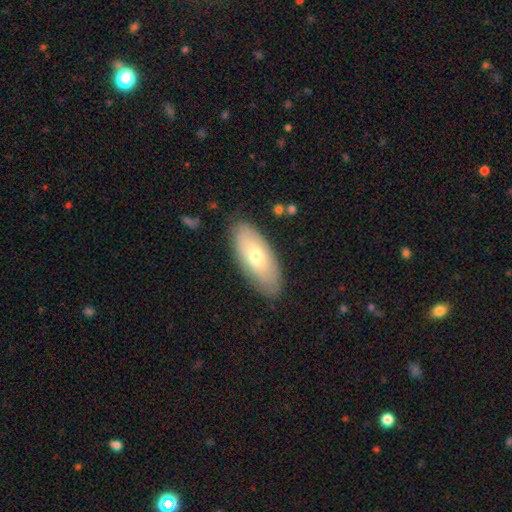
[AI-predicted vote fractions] smooth-or-featured: smooth: 63% | featured or disk: 31% | star or artifact: 6%
  how-rounded: in between: 84% | cigar-shaped: 14% | round: 2%
  merging: none: 83% | minor disturbance: 13% | major disturbance: 3% | merger: 1%